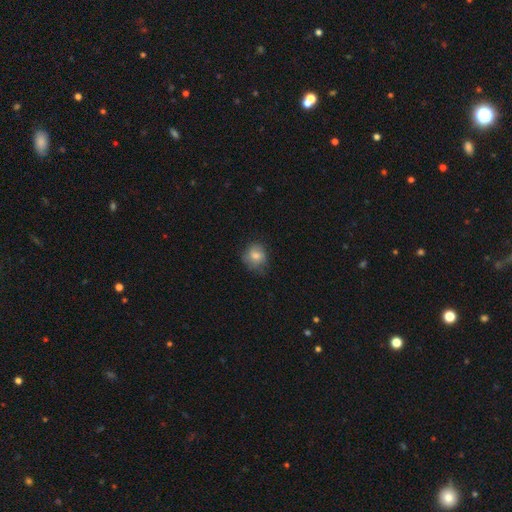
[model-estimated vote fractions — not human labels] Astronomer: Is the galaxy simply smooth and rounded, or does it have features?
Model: smooth — 78%.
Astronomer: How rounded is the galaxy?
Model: round — 69%.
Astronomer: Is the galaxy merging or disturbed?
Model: none — 61%.